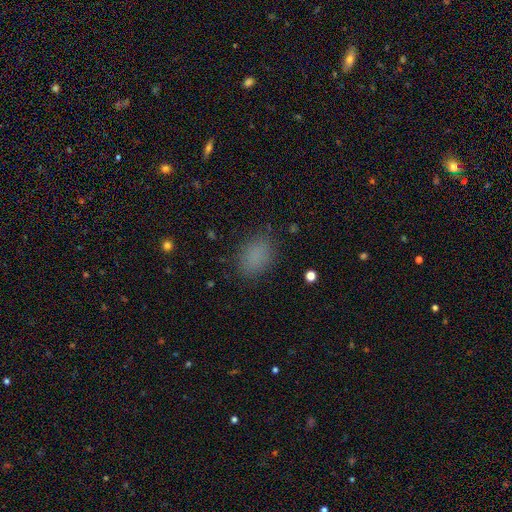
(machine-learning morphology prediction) Overall: smooth (83%). How rounded: in between (78%). Merging: none (83%).